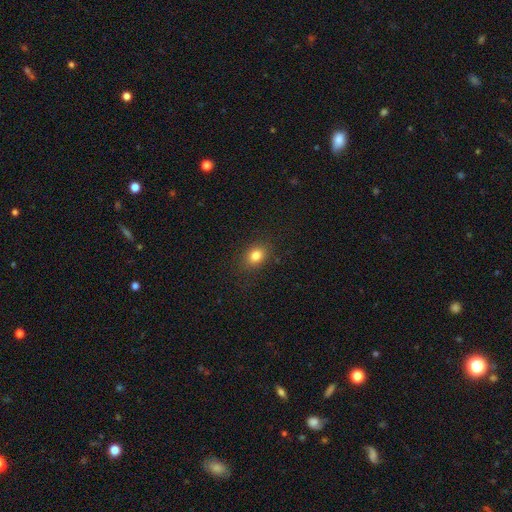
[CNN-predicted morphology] Q: Smooth or featured?
A: smooth (82%); runner-up: star or artifact (11%)
Q: How rounded?
A: in between (61%); runner-up: round (38%)
Q: Merging?
A: none (86%); runner-up: minor disturbance (10%)